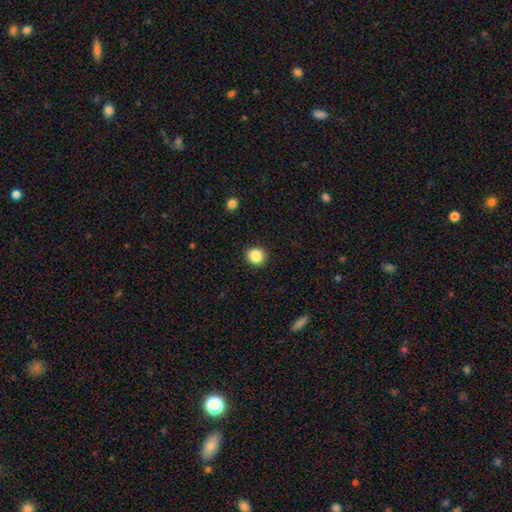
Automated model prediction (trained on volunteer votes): A smooth galaxy with no disk features (87%) that is round (84%).

Vote fractions:
- Smooth or featured? smooth: 87% / star or artifact: 9% / featured or disk: 4%
- How rounded? round: 84% / in between: 15% / cigar-shaped: 1%
- Merging? none: 91% / minor disturbance: 6% / major disturbance: 2% / merger: 1%